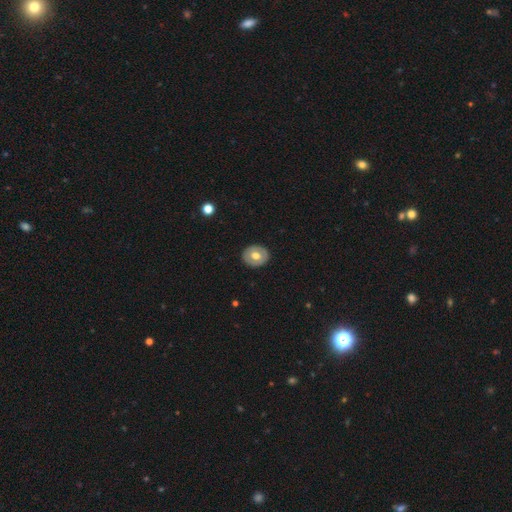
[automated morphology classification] A smooth galaxy with no disk features (54%) that is round (65%).

Vote fractions:
- Smooth or featured? smooth: 54% / featured or disk: 40% / star or artifact: 6%
- How rounded? round: 65% / in between: 34% / cigar-shaped: 1%
- Merging? none: 89% / minor disturbance: 8% / major disturbance: 2% / merger: 1%